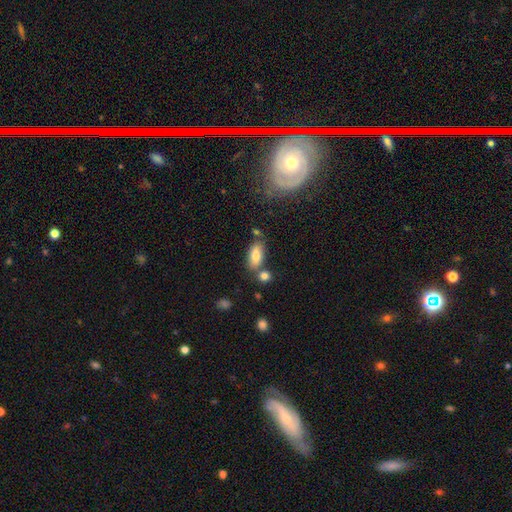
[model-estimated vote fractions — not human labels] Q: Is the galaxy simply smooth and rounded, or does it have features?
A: smooth — 79%.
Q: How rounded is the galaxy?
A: in between — 87%.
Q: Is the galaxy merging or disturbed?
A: none — 69%.